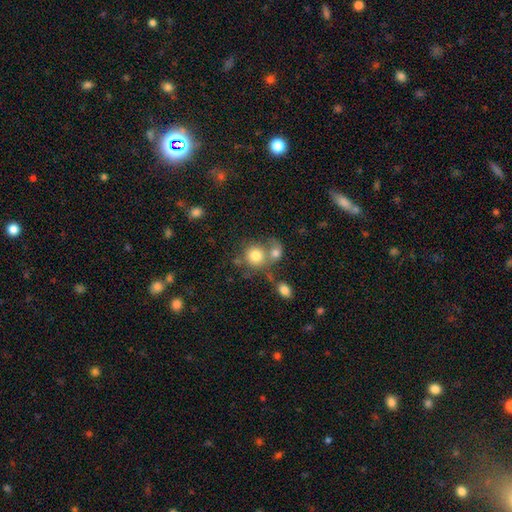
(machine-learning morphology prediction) Smooth or featured: smooth — 78% (featured or disk — 12%)
How rounded: round — 83% (in between — 16%)
Merging: merger — 46% (none — 39%)